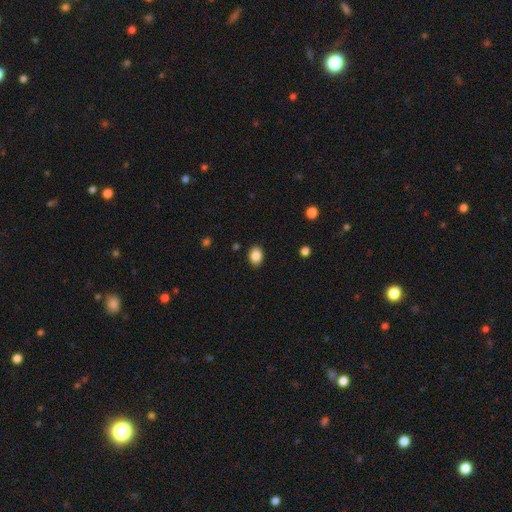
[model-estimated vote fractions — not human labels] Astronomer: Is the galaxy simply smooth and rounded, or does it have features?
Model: smooth — 86%.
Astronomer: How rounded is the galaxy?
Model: in between — 69%.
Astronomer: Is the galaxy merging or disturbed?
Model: none — 89%.